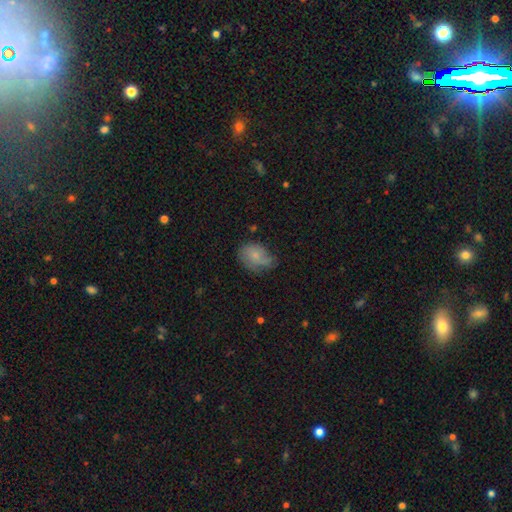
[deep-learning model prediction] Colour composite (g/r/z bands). It shows a smooth galaxy with no disk features (67%) that is in between round and cigar-shaped (75%). Merging: none (47%).